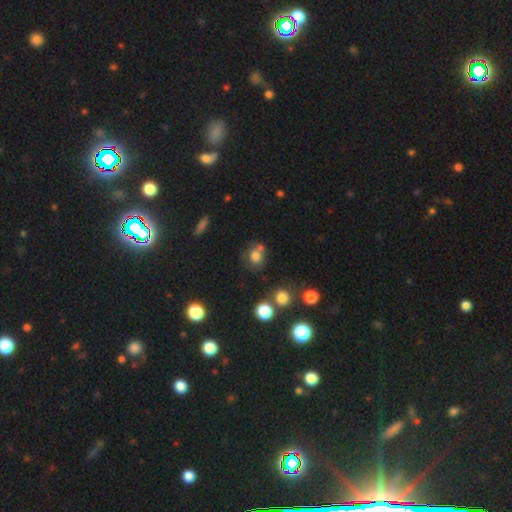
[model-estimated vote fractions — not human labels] Q: Smooth or featured?
A: smooth (73%); runner-up: star or artifact (15%)
Q: How rounded?
A: round (64%); runner-up: in between (35%)
Q: Merging?
A: none (55%); runner-up: merger (21%)